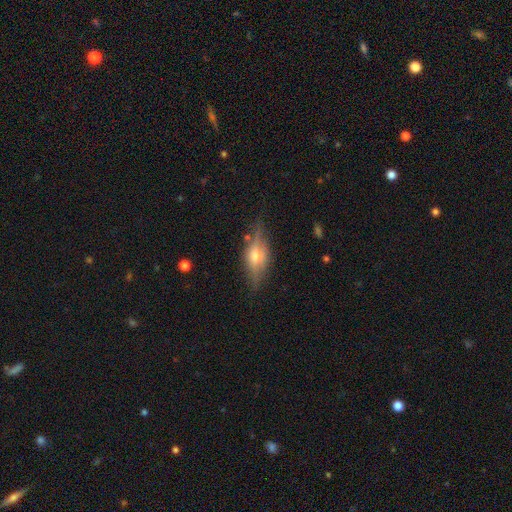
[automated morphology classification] This appears to be a featured or disk galaxy (58%) viewed edge-on (87%) with a rounded central bulge (91%). Merging: none (76%).